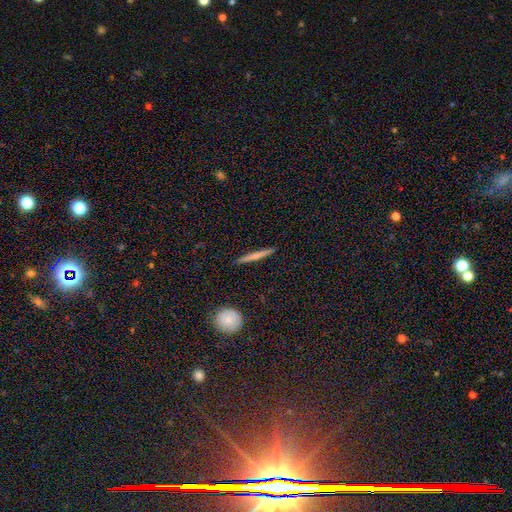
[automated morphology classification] A smooth galaxy with no disk features (54%) that is cigar-shaped (95%).

Vote fractions:
- Smooth or featured? smooth: 54% / featured or disk: 40% / star or artifact: 6%
- How rounded? cigar-shaped: 95% / in between: 3% / round: 2%
- Merging? none: 92% / minor disturbance: 5% / major disturbance: 1% / merger: 1%